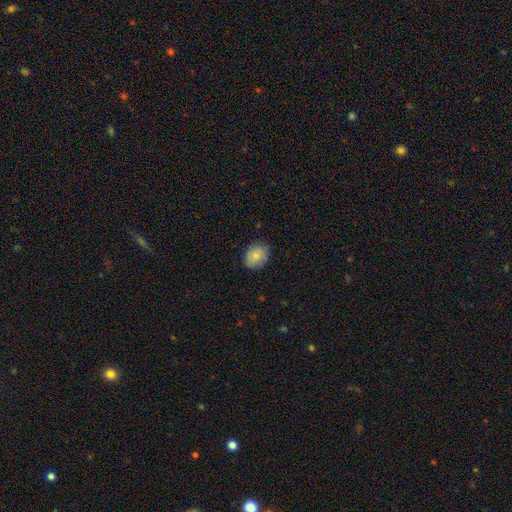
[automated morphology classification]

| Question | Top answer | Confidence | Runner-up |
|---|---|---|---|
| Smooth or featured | smooth | 86% | star or artifact (7%) |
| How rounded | in between | 56% | round (44%) |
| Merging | none | 84% | minor disturbance (12%) |